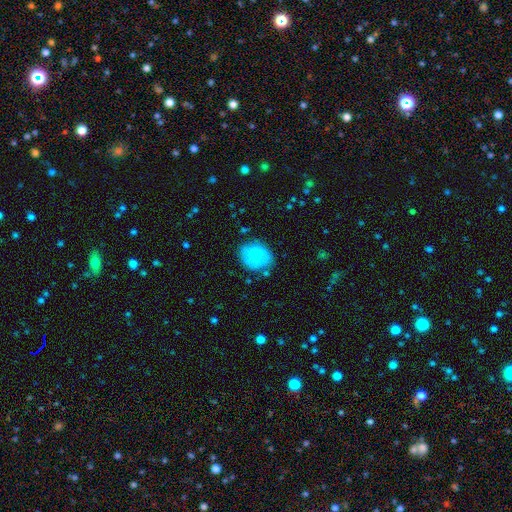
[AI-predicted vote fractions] The model was most divided on "how rounded": round: 61%, in between: 38%, cigar-shaped: 1%. More confident: smooth or featured — smooth (74%); merging — none (68%).